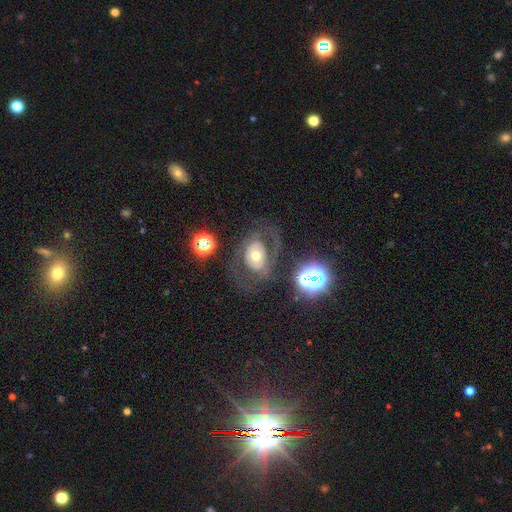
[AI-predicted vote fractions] Q: Smooth or featured?
A: featured or disk (59%); runner-up: smooth (29%)
Q: Edge-on disk?
A: no (94%); runner-up: yes (6%)
Q: Bar?
A: no (76%); runner-up: weak (16%)
Q: Spiral arms?
A: no (54%); runner-up: yes (46%)
Q: Bulge size?
A: moderate (66%); runner-up: small (19%)
Q: Merging?
A: none (60%); runner-up: major disturbance (23%)